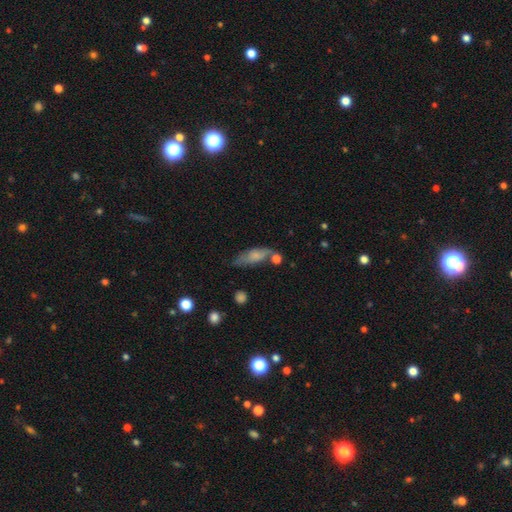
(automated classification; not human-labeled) Smooth or featured? smooth (64%)
How rounded? in between (55%)
Merging? none (52%)